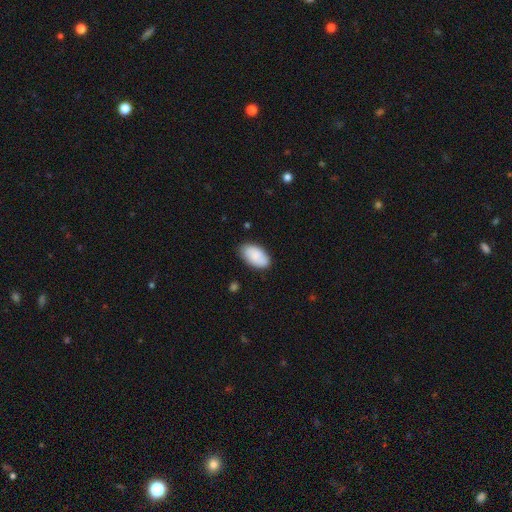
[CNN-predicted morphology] A smooth galaxy with no disk features (82%) that is in between round and cigar-shaped (95%).

Vote fractions:
- Smooth or featured? smooth: 82% / featured or disk: 12% / star or artifact: 6%
- How rounded? in between: 95% / round: 3% / cigar-shaped: 2%
- Merging? none: 83% / minor disturbance: 14% / major disturbance: 3% / merger: 1%